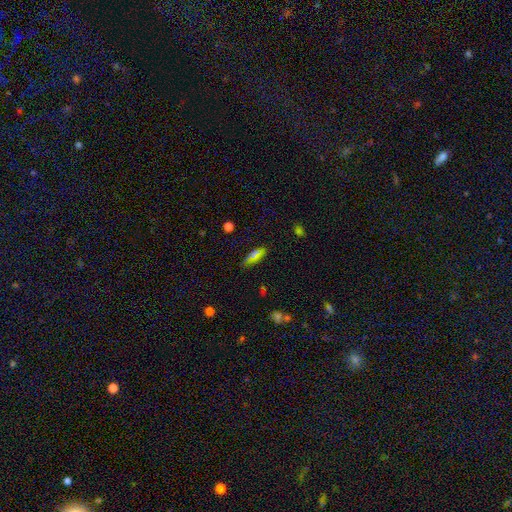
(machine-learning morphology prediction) The model was most divided on "smooth or featured": smooth: 62%, featured or disk: 21%, star or artifact: 17%. More confident: merging — none (82%); how rounded — in between (74%).